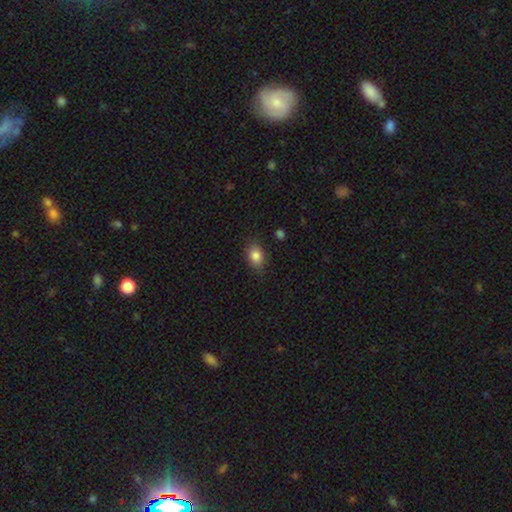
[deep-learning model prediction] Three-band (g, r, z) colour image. It shows a smooth galaxy with no disk features (84%) that is in between round and cigar-shaped (73%). Merging: none (84%).